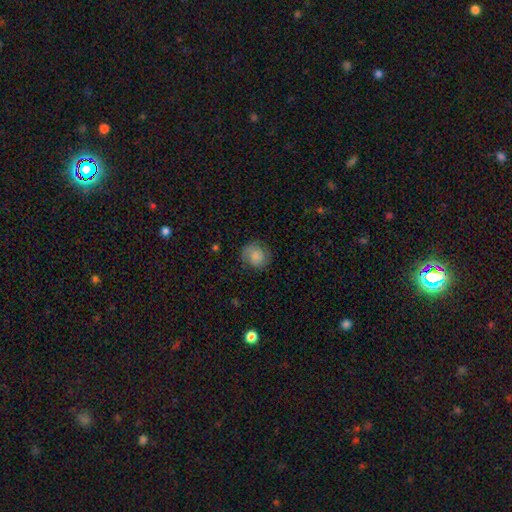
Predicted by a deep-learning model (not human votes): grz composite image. It shows a smooth galaxy with no disk features (63%) that is round (82%). Merging: none (74%).